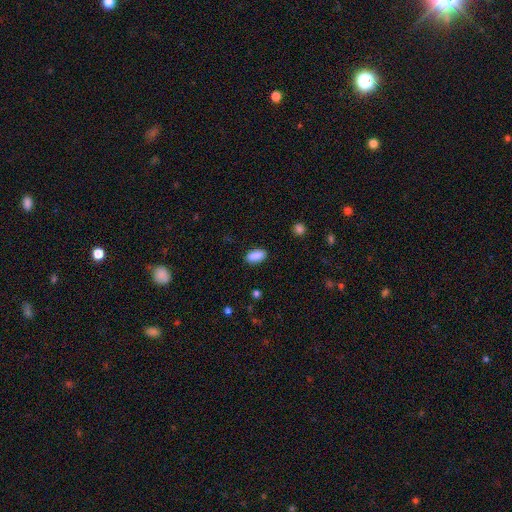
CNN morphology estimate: The model was most divided on "merging": none: 88%, minor disturbance: 9%, major disturbance: 2%, merger: 1%. More confident: how rounded — in between (91%); smooth or featured — smooth (89%).